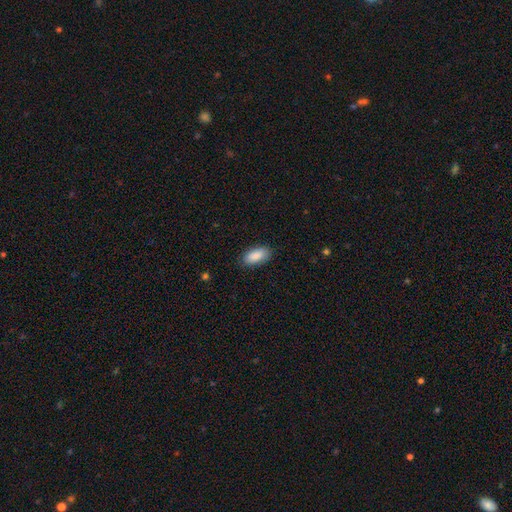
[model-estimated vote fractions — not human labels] Smooth or featured?
  - smooth: 89% *
  - star or artifact: 6%
  - featured or disk: 5%
How rounded?
  - in between: 89% *
  - cigar-shaped: 9%
  - round: 2%
Merging?
  - none: 84% *
  - minor disturbance: 12%
  - major disturbance: 3%
  - merger: 1%